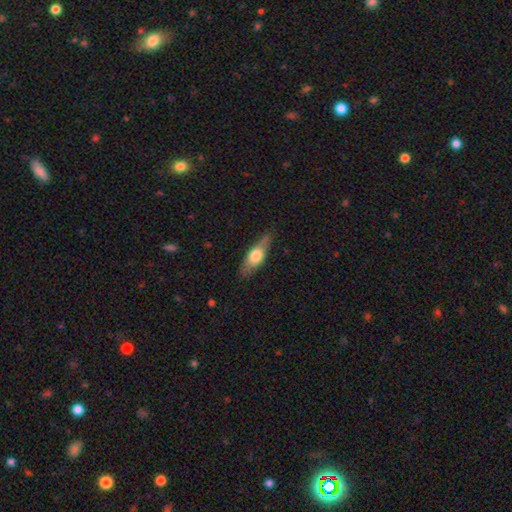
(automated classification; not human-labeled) This is possibly a smooth galaxy (56%). How rounded: possibly in between (56%). Merging: likely none (77%).